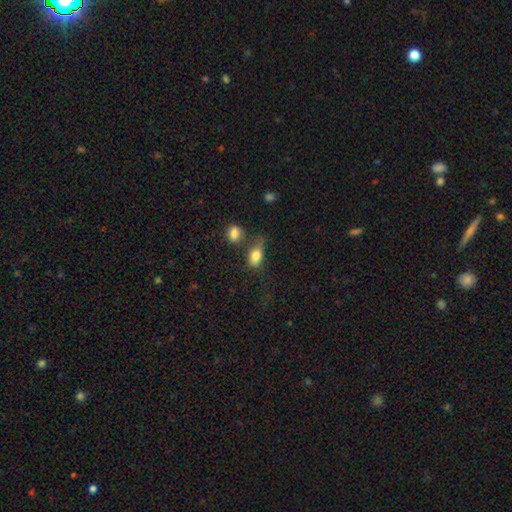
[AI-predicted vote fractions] This is clearly a smooth galaxy (82%). How rounded: clearly in between (83%). Merging: marginally none (41%).